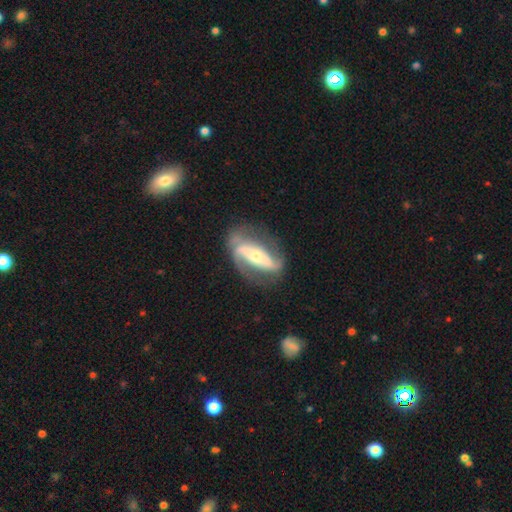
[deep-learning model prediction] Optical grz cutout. It shows a featured or disk galaxy (79%) with a strong bar (60%), 2 (80%) medium (38%) spiral arms (80%) and a moderate central bulge (51%). Merging: none (67%).